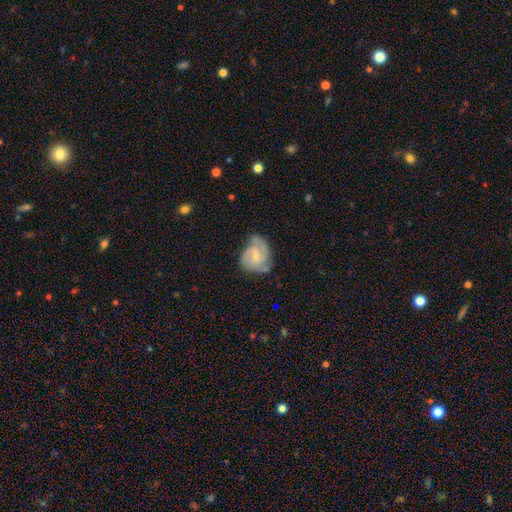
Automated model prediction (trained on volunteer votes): A featured or disk galaxy (78%) with no bar (49%), 2 (49%) medium (45%) spiral arms (94%) and a small central bulge (61%).

Vote fractions:
- Smooth or featured? featured or disk: 78% / smooth: 16% / star or artifact: 6%
- Edge-on disk? no: 98% / yes: 2%
- Bar? no: 49% / weak: 44% / strong: 7%
- Spiral arms? yes: 94% / no: 6%
- Spiral winding? medium: 45% / tight: 42% / loose: 13%
- Spiral arm count? 2: 49% / 3: 26% / can't tell: 14% / 1: 5% / 4: 3% / more than 4: 3%
- Bulge size? small: 61% / moderate: 33% / none: 5% / large: 1% / dominant: 1%
- Merging? none: 54% / minor disturbance: 30% / major disturbance: 13% / merger: 4%